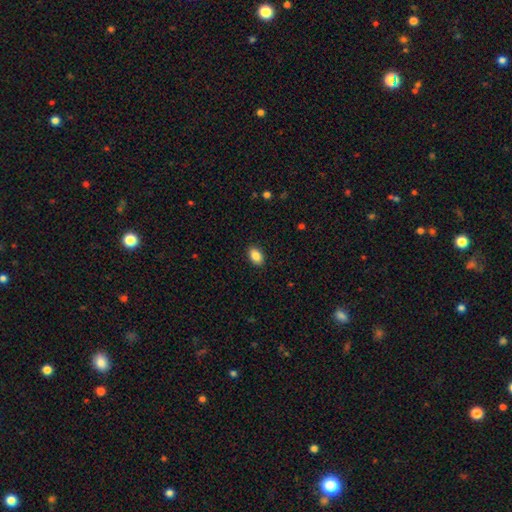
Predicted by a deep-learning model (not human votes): A smooth galaxy with no disk features (88%) that is in between round and cigar-shaped (88%). Merging: none (90%).